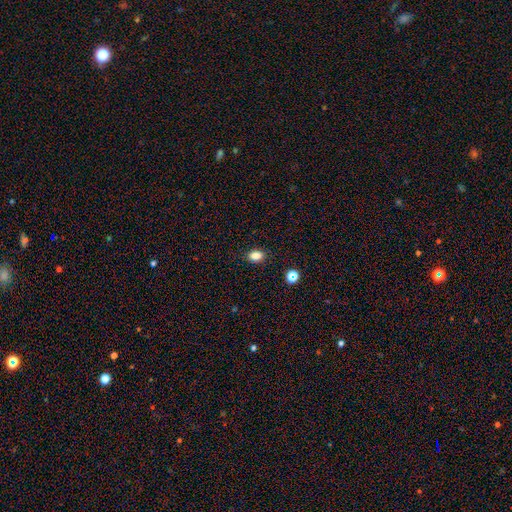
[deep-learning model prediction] Smooth or featured?
  - smooth: 84% *
  - star or artifact: 12%
  - featured or disk: 4%
How rounded?
  - in between: 77% *
  - round: 21%
  - cigar-shaped: 1%
Merging?
  - none: 87% *
  - minor disturbance: 9%
  - major disturbance: 2%
  - merger: 2%